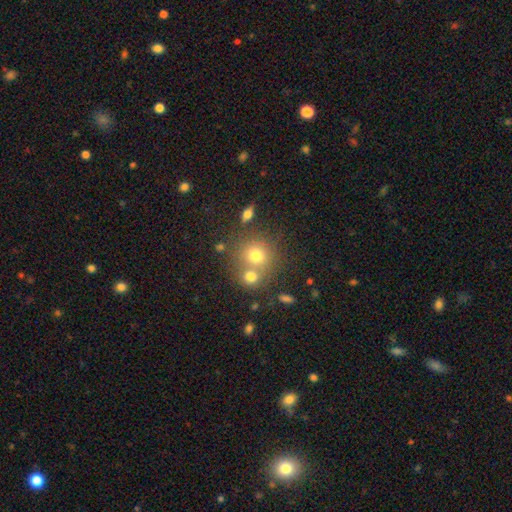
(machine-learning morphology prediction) type=smooth (72%); roundness=round (86%); merging=none (54%).